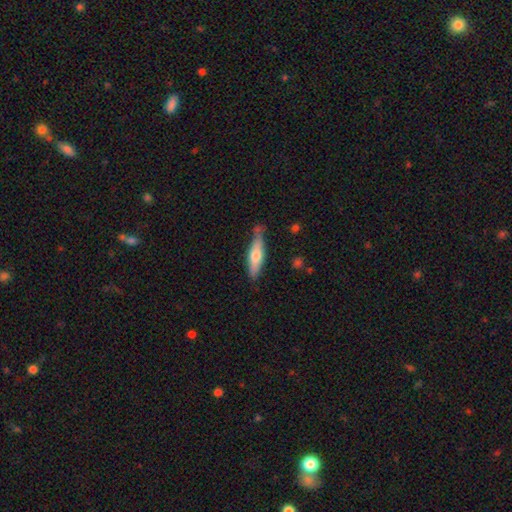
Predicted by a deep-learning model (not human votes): smooth_or_featured: smooth (p=0.58) [alt: featured or disk p=0.37]
how_rounded: cigar-shaped (p=0.69) [alt: in between p=0.29]
merging: none (p=0.69) [alt: minor disturbance p=0.23]